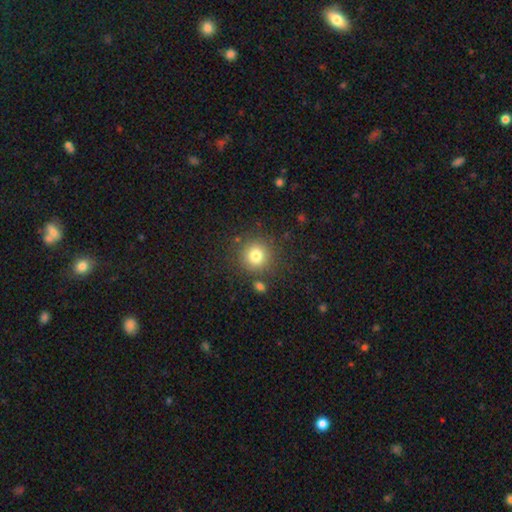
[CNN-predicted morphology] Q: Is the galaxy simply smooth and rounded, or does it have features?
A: smooth — 79%.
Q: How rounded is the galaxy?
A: round — 93%.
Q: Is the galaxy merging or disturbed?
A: none — 84%.